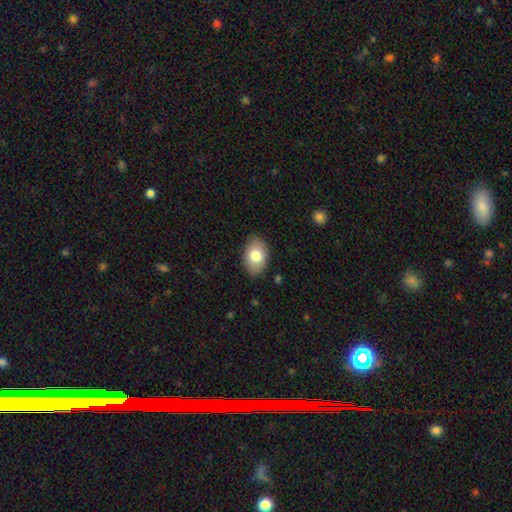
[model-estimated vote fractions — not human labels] smooth 79%, featured or disk 14%, star or artifact 7%. Down the decision tree: how rounded — in between (87%); merging — none (86%).